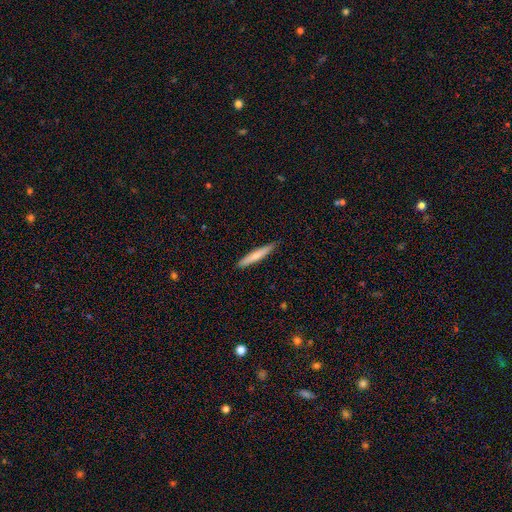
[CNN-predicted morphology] The model was most divided on "smooth or featured": smooth: 68%, featured or disk: 27%, star or artifact: 5%. More confident: how rounded — cigar-shaped (94%); merging — none (88%).